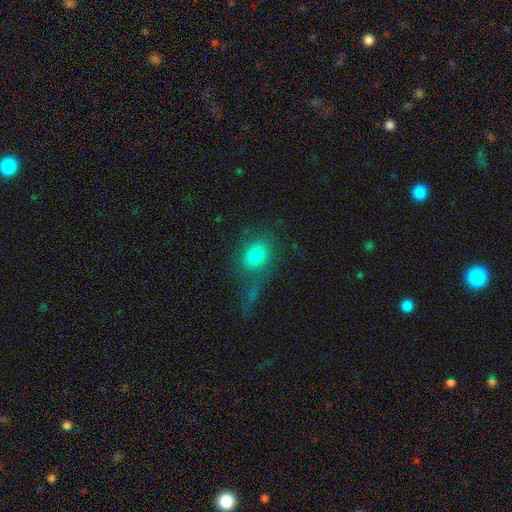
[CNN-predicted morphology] Smooth or featured? Predicted: smooth (p=0.75). How rounded? Predicted: round (p=0.49). Merging? Predicted: none (p=0.49).